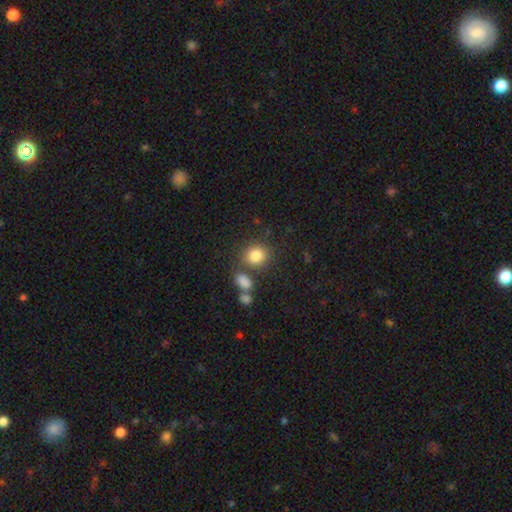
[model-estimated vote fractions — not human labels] This is clearly a smooth galaxy (82%). How rounded: likely round (72%). Merging: likely none (69%).